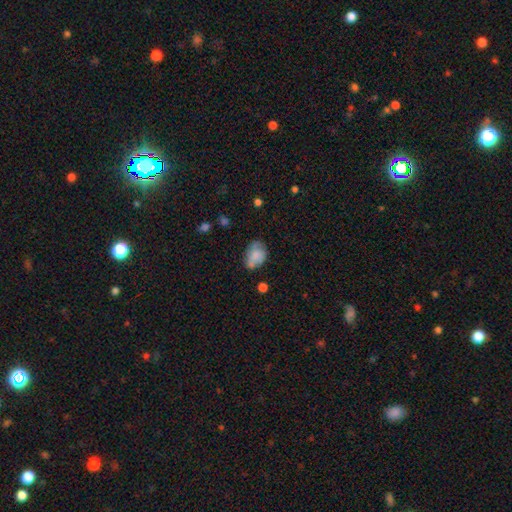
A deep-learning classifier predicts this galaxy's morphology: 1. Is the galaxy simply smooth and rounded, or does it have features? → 71% smooth, 21% featured or disk, 9% star or artifact.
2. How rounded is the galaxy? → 77% in between, 22% round, 1% cigar-shaped.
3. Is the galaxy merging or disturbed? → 51% none, 30% minor disturbance, 11% major disturbance, 7% merger.